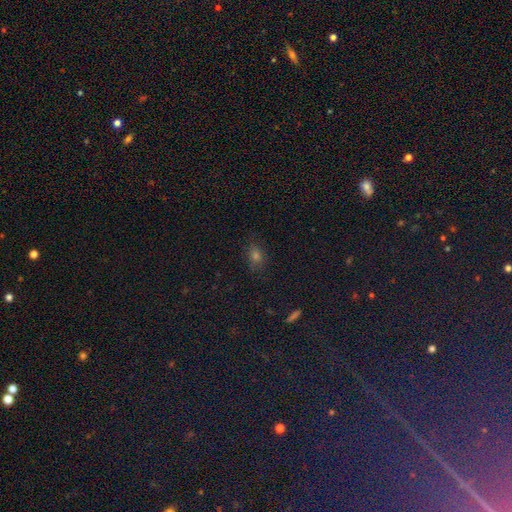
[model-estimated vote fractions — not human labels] Smooth or featured? smooth (64%)
How rounded? in between (60%)
Merging? none (80%)